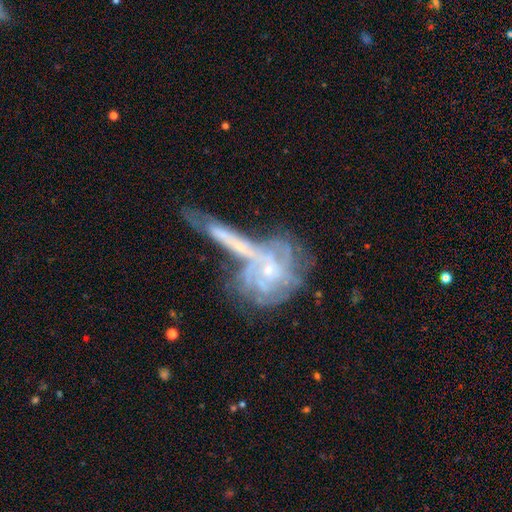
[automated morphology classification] A featured or disk galaxy (59%).

Vote fractions:
- Smooth or featured? featured or disk: 59% / star or artifact: 21% / smooth: 20%
- Edge-on disk? no: 71% / yes: 29%
- Merging? merger: 48% / none: 29% / minor disturbance: 11% / major disturbance: 11%